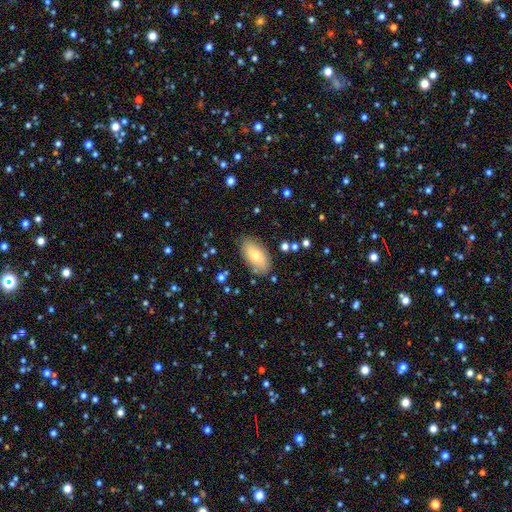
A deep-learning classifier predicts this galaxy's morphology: Smooth or featured? smooth (70%)
How rounded? in between (93%)
Merging? none (84%)